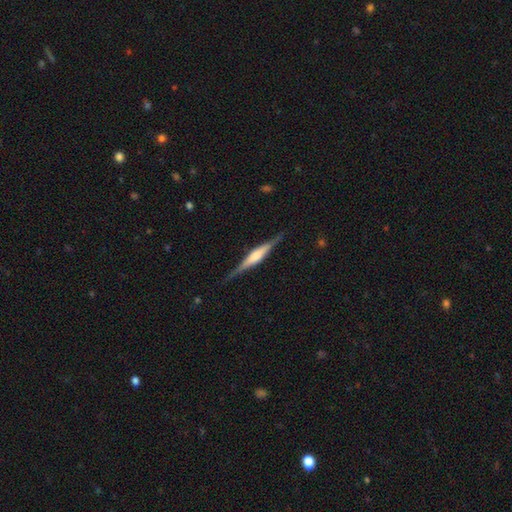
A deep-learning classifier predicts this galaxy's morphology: A featured or disk galaxy (72%) viewed edge-on (98%) with a rounded central bulge (61%).

Vote fractions:
- Smooth or featured? featured or disk: 72% / smooth: 23% / star or artifact: 5%
- Edge-on disk? yes: 98% / no: 2%
- Edge-on bulge? rounded: 61% / boxy: 31% / none: 8%
- Merging? none: 86% / minor disturbance: 11% / major disturbance: 2% / merger: 1%